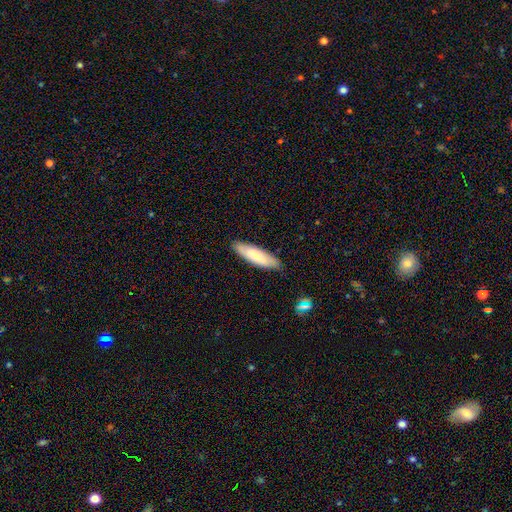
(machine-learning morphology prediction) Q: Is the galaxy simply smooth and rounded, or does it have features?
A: smooth — 73%.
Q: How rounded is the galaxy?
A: cigar-shaped — 63%.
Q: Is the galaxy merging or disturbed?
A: none — 85%.